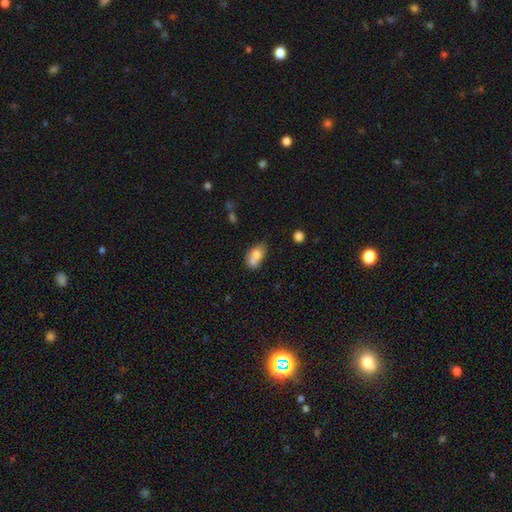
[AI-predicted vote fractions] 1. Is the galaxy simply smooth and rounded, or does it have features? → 71% smooth, 20% featured or disk, 9% star or artifact.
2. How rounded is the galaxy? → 71% in between, 27% round, 2% cigar-shaped.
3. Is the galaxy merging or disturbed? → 59% merger, 26% none, 11% minor disturbance, 5% major disturbance.